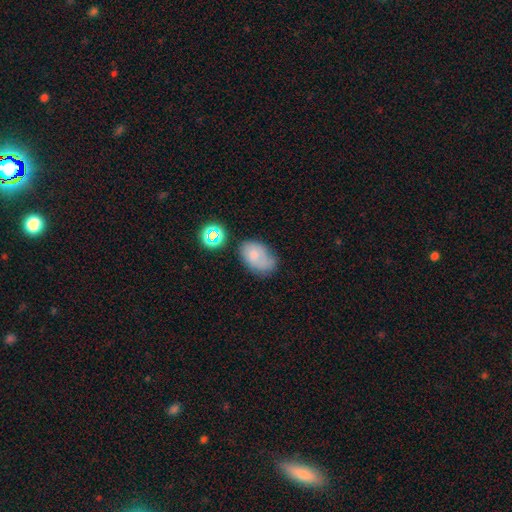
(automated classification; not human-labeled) This is likely a smooth galaxy (70%). How rounded: clearly in between (86%). Merging: possibly none (50%).